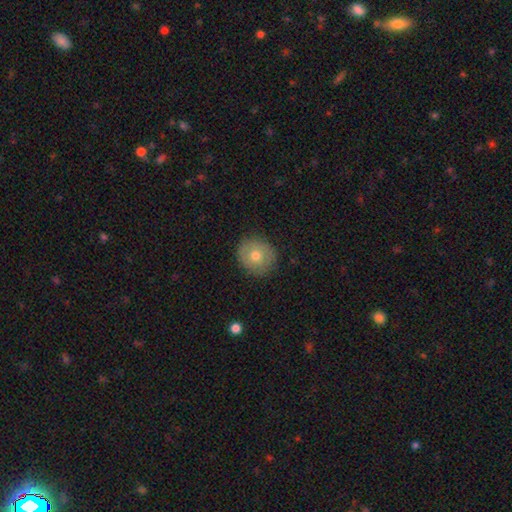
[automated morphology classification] type=smooth (67%); roundness=round (85%); merging=none (86%).